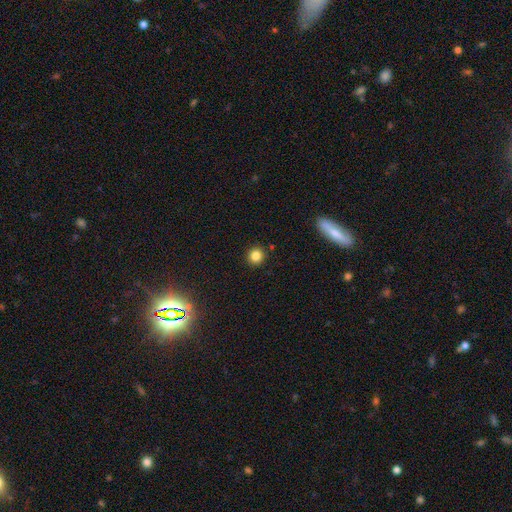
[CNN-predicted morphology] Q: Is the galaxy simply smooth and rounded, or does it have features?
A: smooth — 83%.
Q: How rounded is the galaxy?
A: round — 92%.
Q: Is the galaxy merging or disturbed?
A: none — 91%.